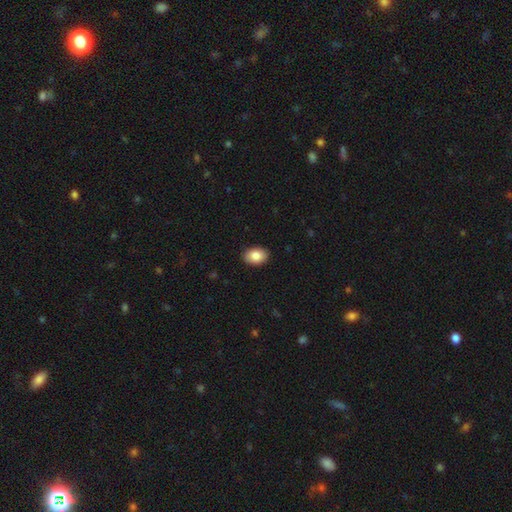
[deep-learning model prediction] Q: Smooth or featured?
A: smooth (86%); runner-up: featured or disk (7%)
Q: How rounded?
A: in between (84%); runner-up: round (15%)
Q: Merging?
A: none (90%); runner-up: minor disturbance (7%)